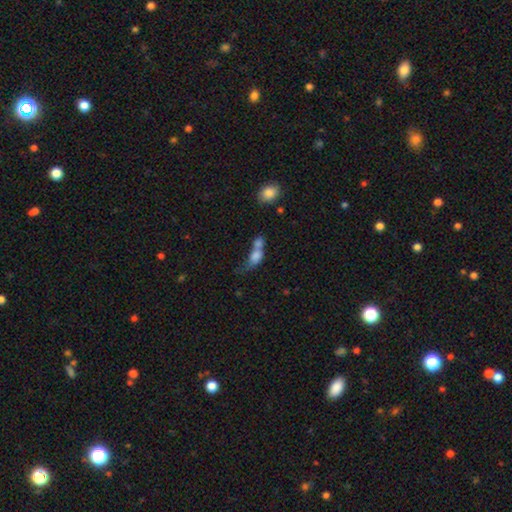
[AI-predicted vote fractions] Q: Smooth or featured?
A: smooth (70%); runner-up: featured or disk (19%)
Q: How rounded?
A: in between (65%); runner-up: round (24%)
Q: Merging?
A: merger (66%); runner-up: none (14%)